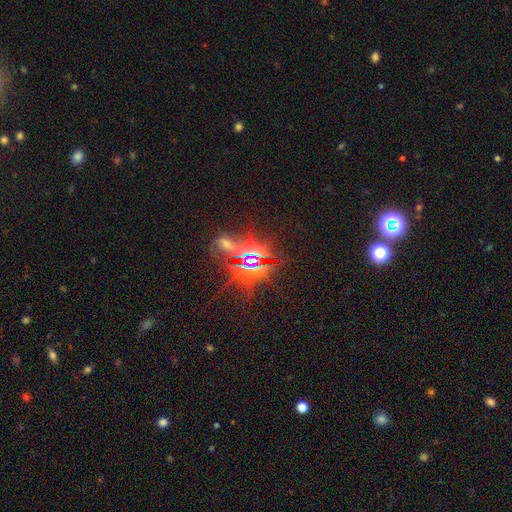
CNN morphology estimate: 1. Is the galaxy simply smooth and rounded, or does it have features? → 79% star or artifact, 12% smooth, 9% featured or disk.